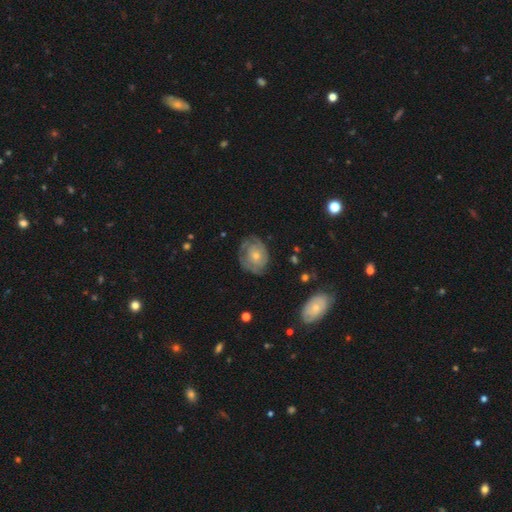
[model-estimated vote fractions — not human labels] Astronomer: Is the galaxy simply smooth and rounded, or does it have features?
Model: featured or disk — 65%.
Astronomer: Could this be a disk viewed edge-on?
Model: no — 97%.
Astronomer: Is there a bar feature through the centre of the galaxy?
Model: no — 82%.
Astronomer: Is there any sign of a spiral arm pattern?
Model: yes — 80%.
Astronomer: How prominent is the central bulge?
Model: small — 63%.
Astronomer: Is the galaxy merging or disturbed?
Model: none — 65%.